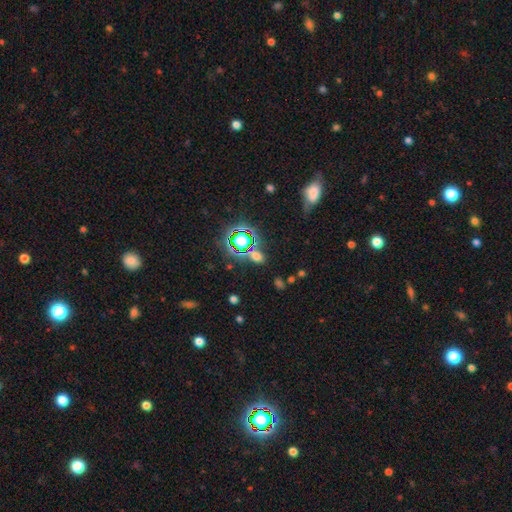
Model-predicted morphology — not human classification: This appears to be a smooth galaxy with no disk features (54%) that is in between round and cigar-shaped (67%). Merging: none (74%).